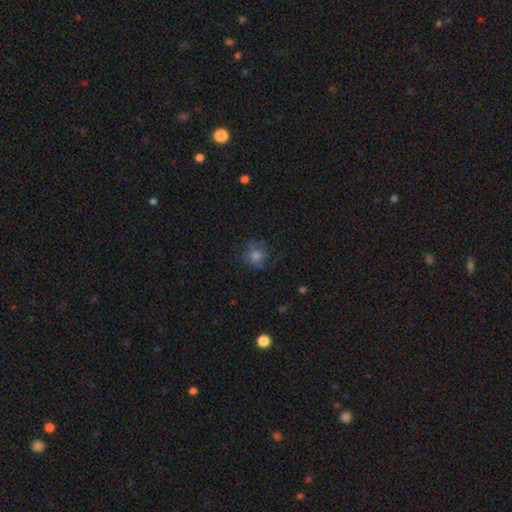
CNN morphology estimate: This appears to be a smooth galaxy with no disk features (64%) that is round (85%). Merging: none (70%).